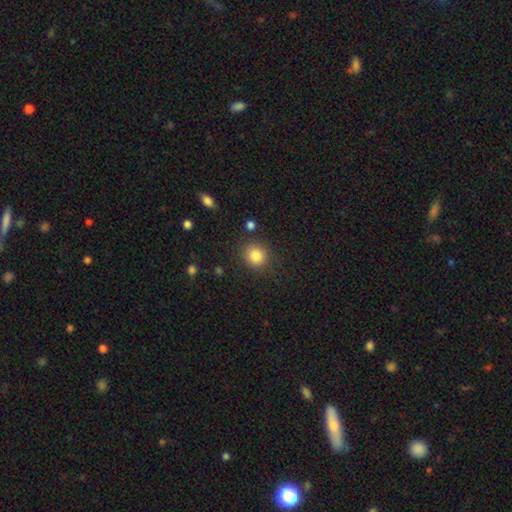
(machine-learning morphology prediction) The model was most divided on "how rounded": round: 86%, in between: 13%, cigar-shaped: 1%. More confident: smooth or featured — smooth (85%); merging — none (85%).